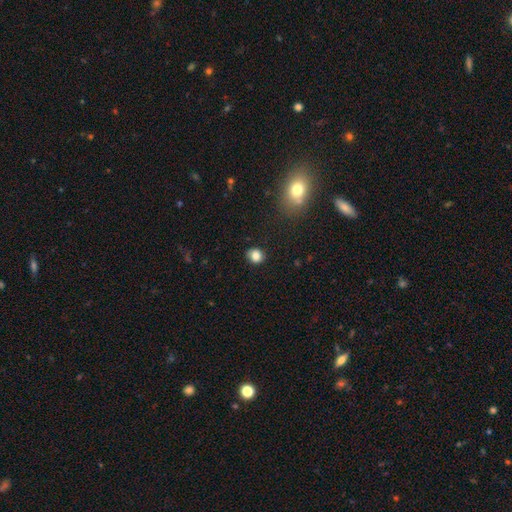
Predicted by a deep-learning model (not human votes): This is clearly a smooth galaxy (83%). How rounded: likely round (74%). Merging: clearly none (84%).